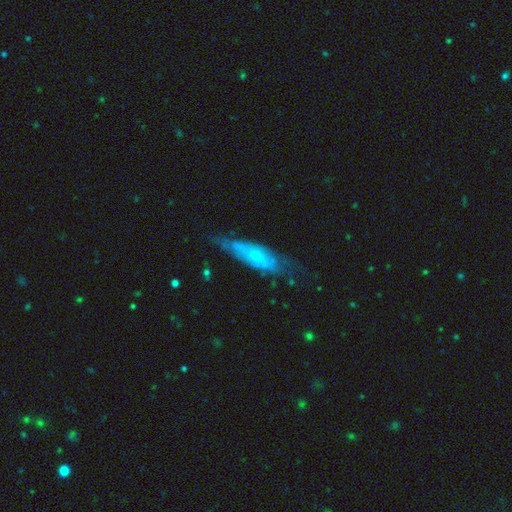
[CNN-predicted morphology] Q: Smooth or featured?
A: featured or disk (62%); runner-up: smooth (32%)
Q: Edge-on disk?
A: no (64%); runner-up: yes (36%)
Q: Merging?
A: none (57%); runner-up: minor disturbance (29%)